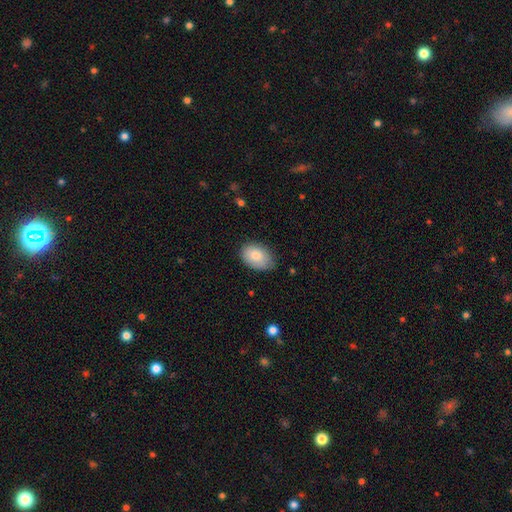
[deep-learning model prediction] A smooth galaxy with no disk features (81%) that is in between round and cigar-shaped (84%).

Vote fractions:
- Smooth or featured? smooth: 81% / featured or disk: 12% / star or artifact: 7%
- How rounded? in between: 84% / round: 14% / cigar-shaped: 1%
- Merging? none: 72% / minor disturbance: 23% / major disturbance: 3% / merger: 1%